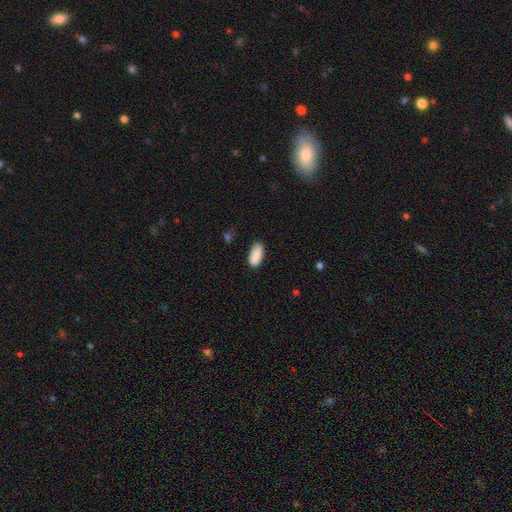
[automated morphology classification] This appears to be a smooth galaxy with no disk features (90%) that is in between round and cigar-shaped (88%). Merging: none (80%).